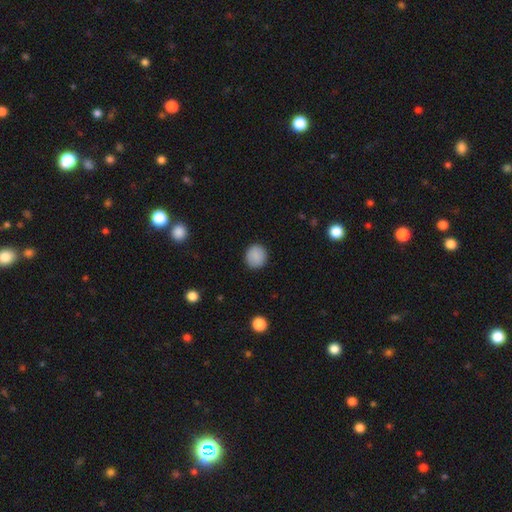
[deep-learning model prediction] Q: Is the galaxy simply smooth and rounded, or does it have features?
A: smooth — 88%.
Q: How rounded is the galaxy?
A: round — 89%.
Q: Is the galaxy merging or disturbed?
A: none — 90%.